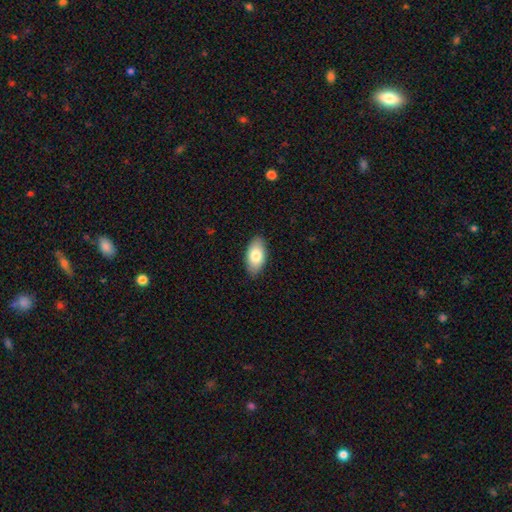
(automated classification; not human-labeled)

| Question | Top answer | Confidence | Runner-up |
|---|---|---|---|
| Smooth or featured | smooth | 79% | featured or disk (15%) |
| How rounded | in between | 94% | round (3%) |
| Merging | none | 87% | minor disturbance (10%) |